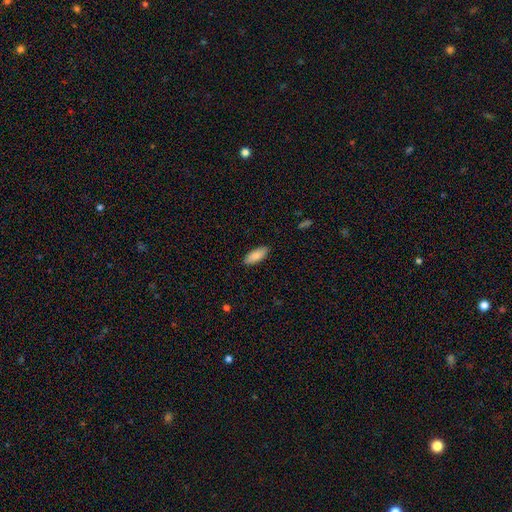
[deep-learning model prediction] Smooth or featured: smooth — 87% (featured or disk — 7%)
How rounded: in between — 79% (cigar-shaped — 20%)
Merging: none — 87% (minor disturbance — 10%)